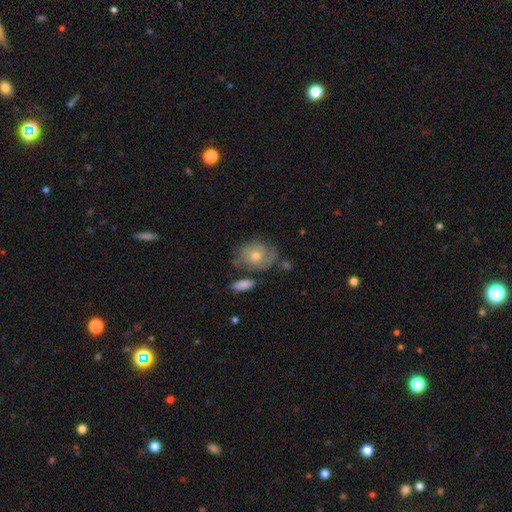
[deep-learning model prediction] Smooth or featured: featured or disk — 59% (smooth — 31%)
Edge-on disk: no — 96% (yes — 4%)
Bar: no — 82% (weak — 16%)
Spiral arms: yes — 76% (no — 24%)
Bulge size: moderate — 63% (small — 30%)
Merging: none — 61% (minor disturbance — 21%)